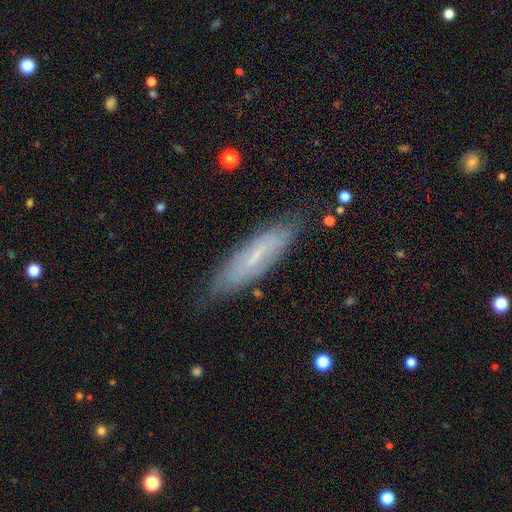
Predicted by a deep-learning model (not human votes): featured or disk 52%, smooth 40%, star or artifact 8%. Down the decision tree: edge-on disk — no (57%); merging — none (79%).